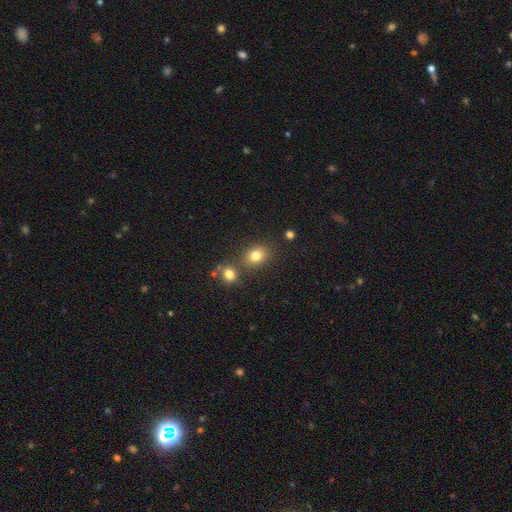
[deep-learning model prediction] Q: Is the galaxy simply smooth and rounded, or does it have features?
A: smooth — 80%.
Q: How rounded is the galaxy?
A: round — 51%.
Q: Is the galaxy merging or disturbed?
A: none — 71%.